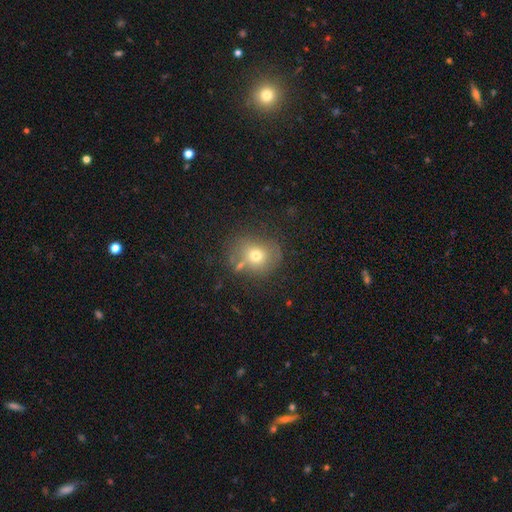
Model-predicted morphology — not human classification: smooth-or-featured: smooth: 67% | featured or disk: 18% | star or artifact: 15%
  how-rounded: round: 79% | in between: 20% | cigar-shaped: 1%
  merging: none: 66% | minor disturbance: 17% | merger: 9% | major disturbance: 8%